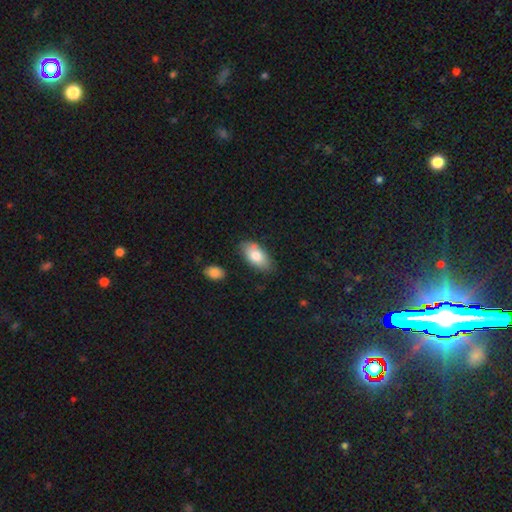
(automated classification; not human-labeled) Smooth or featured? smooth (79%)
How rounded? in between (93%)
Merging? none (77%)